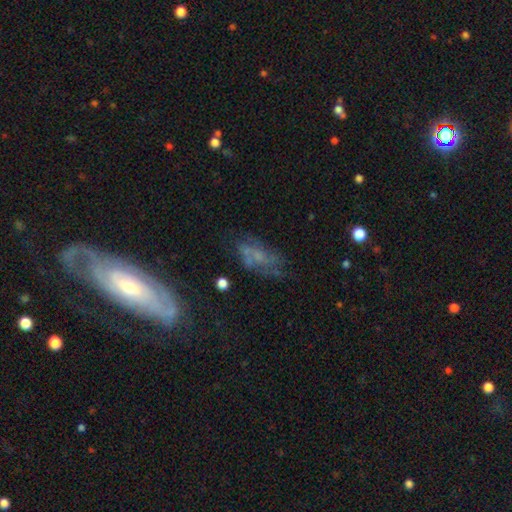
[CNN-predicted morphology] Smooth or featured? Predicted: featured or disk (p=0.48). Merging? Predicted: none (p=0.48).